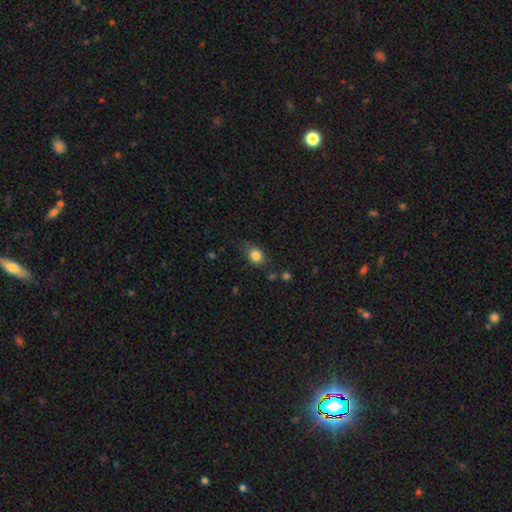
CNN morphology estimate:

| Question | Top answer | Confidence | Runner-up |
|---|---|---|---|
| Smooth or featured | smooth | 83% | star or artifact (11%) |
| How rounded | round | 57% | in between (41%) |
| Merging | none | 75% | minor disturbance (18%) |